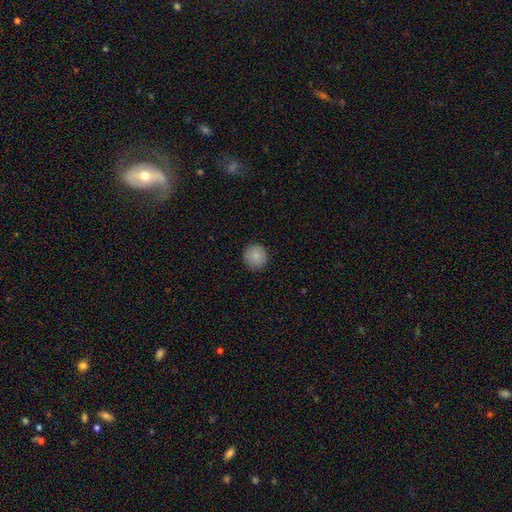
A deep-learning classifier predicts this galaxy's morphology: A smooth galaxy with no disk features (88%) that is round (94%).

Vote fractions:
- Smooth or featured? smooth: 88% / star or artifact: 8% / featured or disk: 4%
- How rounded? round: 94% / in between: 5% / cigar-shaped: 1%
- Merging? none: 91% / minor disturbance: 7% / major disturbance: 2% / merger: 1%